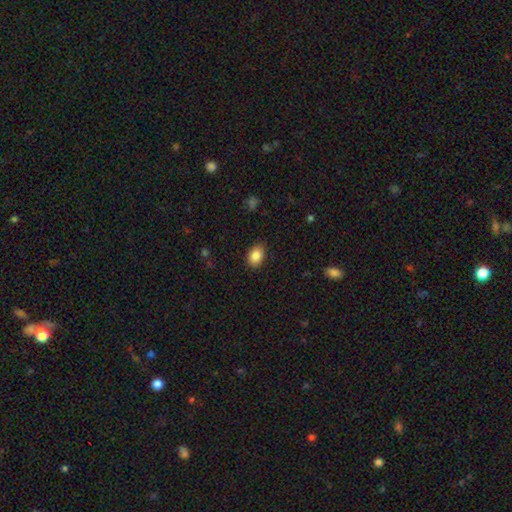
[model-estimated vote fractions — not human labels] smooth_or_featured: smooth (p=0.86) [alt: star or artifact p=0.08]
how_rounded: in between (p=0.76) [alt: round p=0.23]
merging: none (p=0.86) [alt: minor disturbance p=0.10]